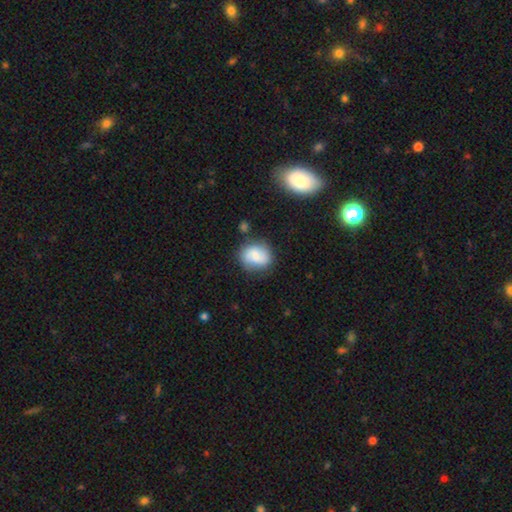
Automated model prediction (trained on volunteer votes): Smooth or featured: smooth — 73% (featured or disk — 19%)
How rounded: round — 58% (in between — 40%)
Merging: none — 70% (minor disturbance — 20%)